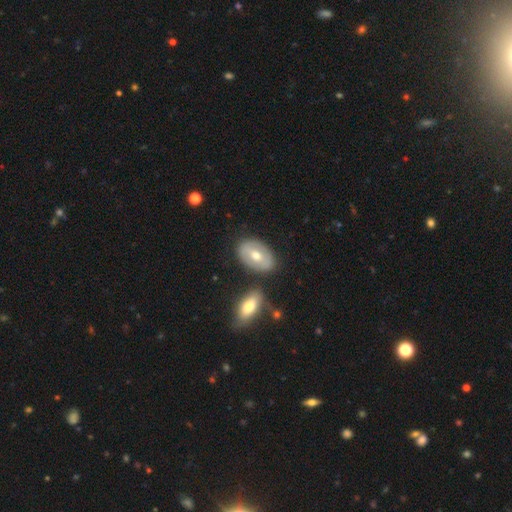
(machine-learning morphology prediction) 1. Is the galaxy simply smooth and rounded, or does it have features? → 50% smooth, 44% featured or disk, 6% star or artifact.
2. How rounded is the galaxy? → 89% in between, 10% round, 2% cigar-shaped.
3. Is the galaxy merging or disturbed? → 74% none, 13% minor disturbance, 9% merger, 4% major disturbance.